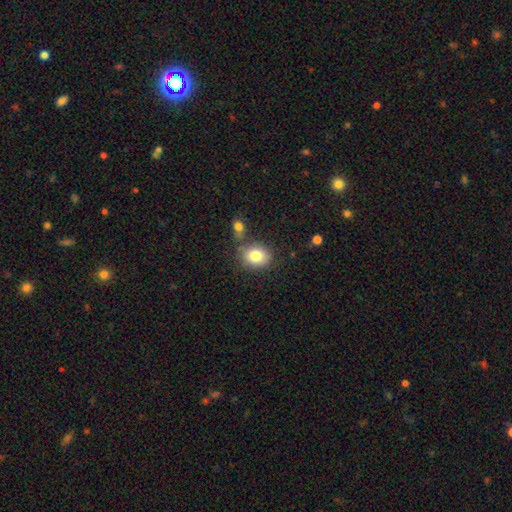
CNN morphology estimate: Smooth or featured? smooth (82%)
How rounded? round (61%)
Merging? none (68%)